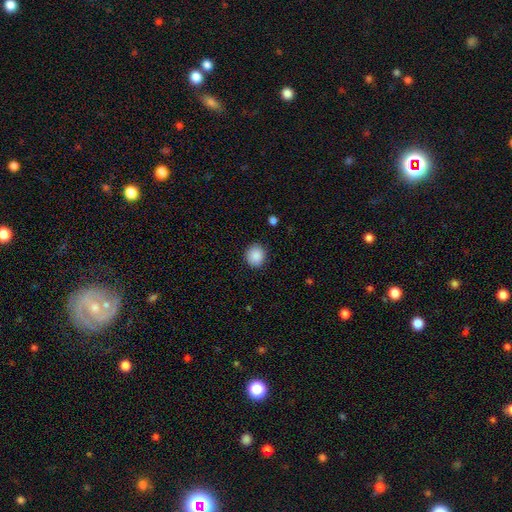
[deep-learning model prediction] Morphology: type=smooth (89%); roundness=round (81%); merging=none (88%).